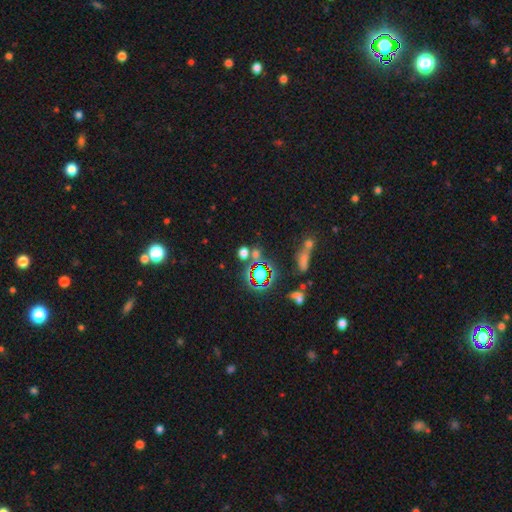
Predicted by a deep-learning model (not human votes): A star or artifact, not a galaxy (67%).

Vote fractions:
- Smooth or featured? star or artifact: 67% / smooth: 22% / featured or disk: 11%